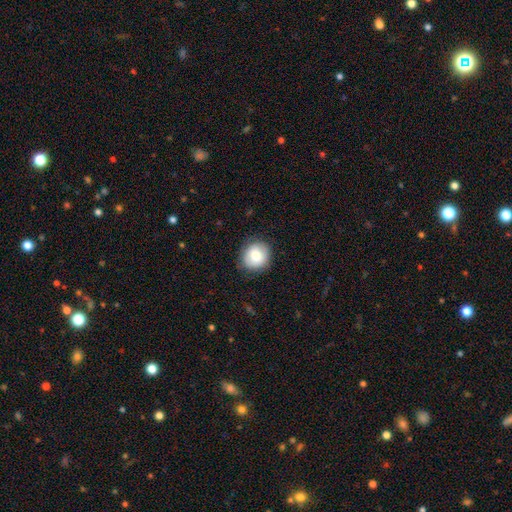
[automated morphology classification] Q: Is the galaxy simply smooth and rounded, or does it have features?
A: smooth — 77%.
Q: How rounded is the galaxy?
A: round — 82%.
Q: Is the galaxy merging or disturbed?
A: none — 83%.